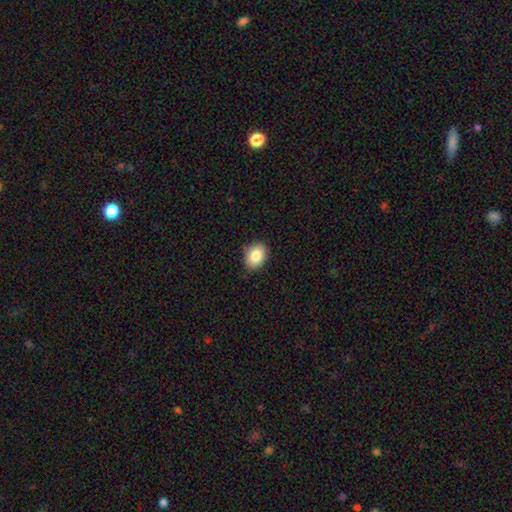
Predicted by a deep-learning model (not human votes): This is clearly a smooth galaxy (84%). How rounded: likely in between (71%). Merging: clearly none (86%).